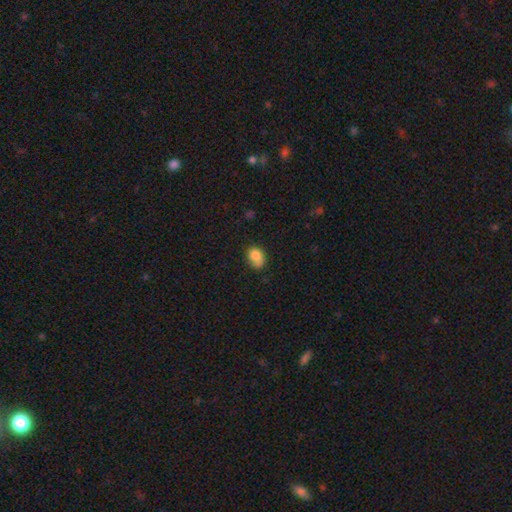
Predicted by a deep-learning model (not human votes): Smooth or featured? smooth (82%)
How rounded? in between (68%)
Merging? none (59%)